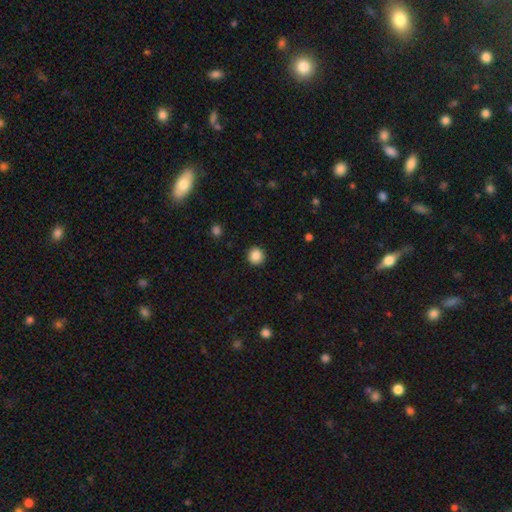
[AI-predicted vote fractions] smooth_or_featured: smooth (p=0.87) [alt: star or artifact p=0.10]
how_rounded: round (p=0.92) [alt: in between p=0.08]
merging: none (p=0.91) [alt: minor disturbance p=0.06]